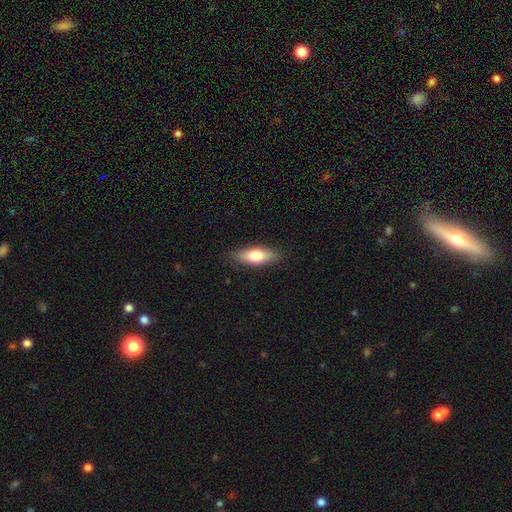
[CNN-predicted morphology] Smooth or featured? Predicted: smooth (p=0.70). How rounded? Predicted: in between (p=0.63). Merging? Predicted: none (p=0.86).